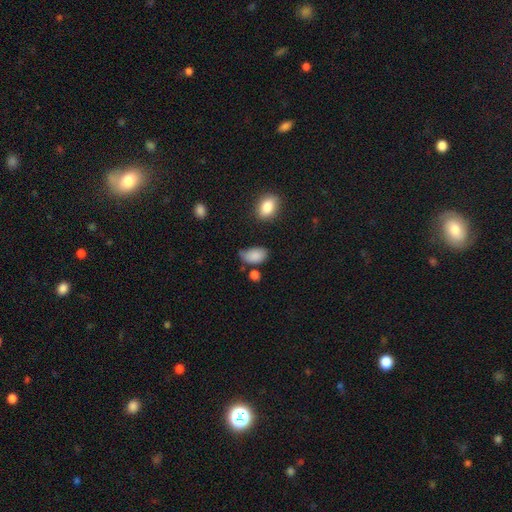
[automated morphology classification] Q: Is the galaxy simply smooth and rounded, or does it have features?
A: smooth — 84%.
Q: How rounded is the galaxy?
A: in between — 90%.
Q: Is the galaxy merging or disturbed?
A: none — 49%.